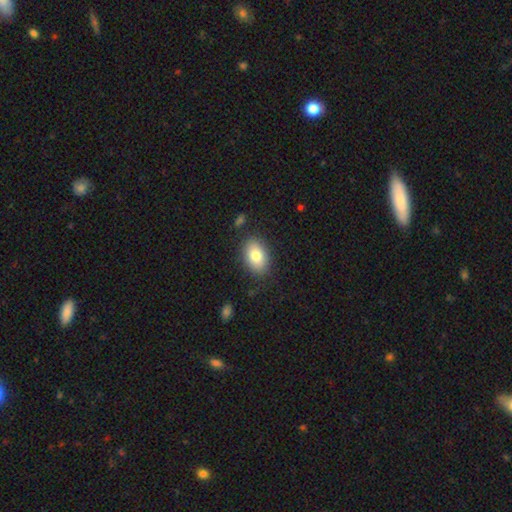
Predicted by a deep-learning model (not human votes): smooth 80%, featured or disk 12%, star or artifact 7%. Down the decision tree: how rounded — in between (88%); merging — none (84%).